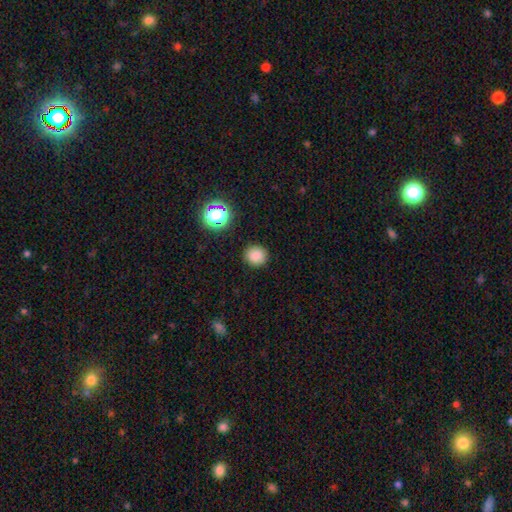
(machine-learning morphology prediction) This is clearly a smooth galaxy (82%). How rounded: clearly round (88%). Merging: clearly none (90%).